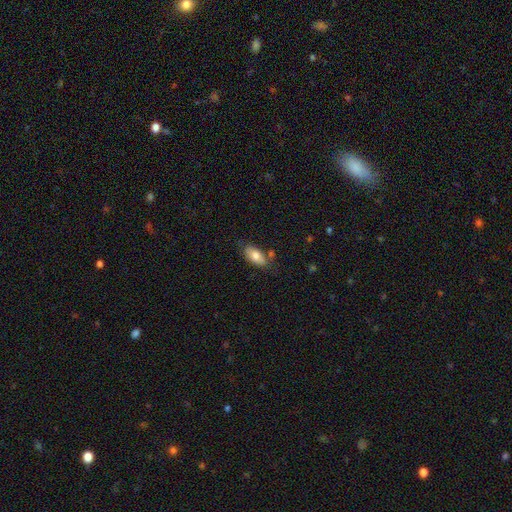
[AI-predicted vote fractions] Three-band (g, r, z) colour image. It shows a smooth galaxy with no disk features (76%) that is in between round and cigar-shaped (91%). Merging: none (71%).